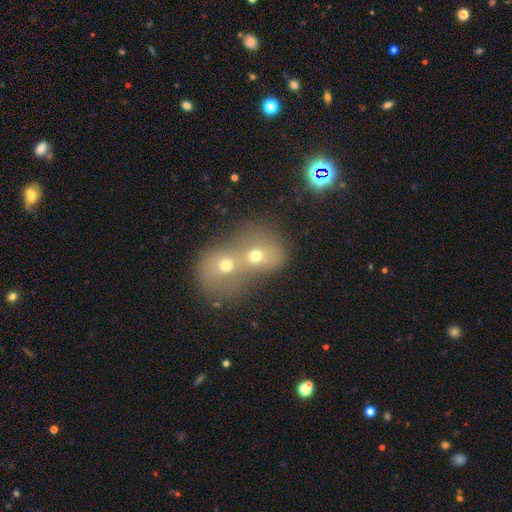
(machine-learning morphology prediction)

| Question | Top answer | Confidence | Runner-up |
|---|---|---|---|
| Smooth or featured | smooth | 61% | featured or disk (24%) |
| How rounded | round | 65% | in between (34%) |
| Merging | merger | 79% | none (14%) |